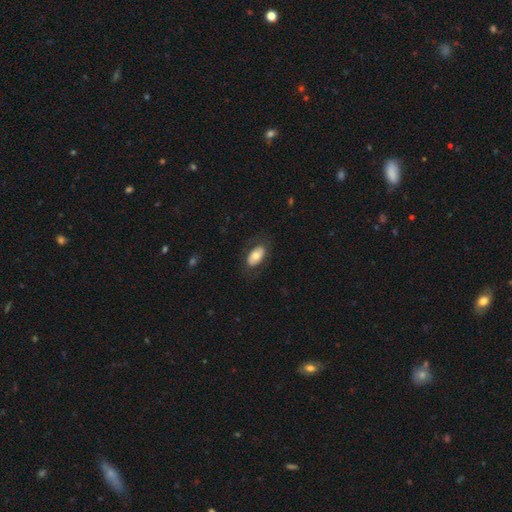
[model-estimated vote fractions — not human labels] Morphology: type=smooth (66%); roundness=in between (93%); merging=none (77%).